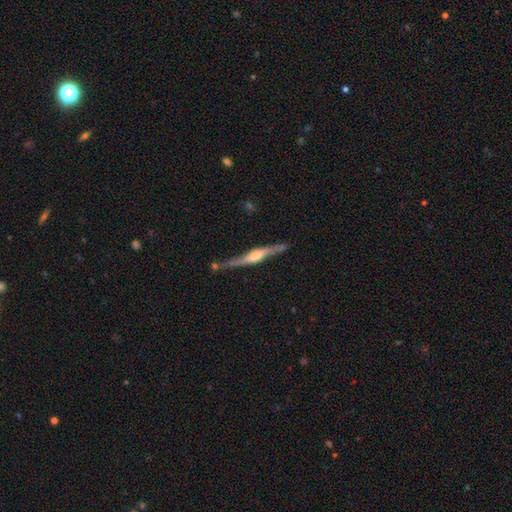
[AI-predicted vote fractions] Smooth or featured: featured or disk — 73% (smooth — 22%)
Edge-on disk: yes — 93% (no — 7%)
Edge-on bulge: rounded — 68% (boxy — 22%)
Merging: none — 67% (minor disturbance — 21%)